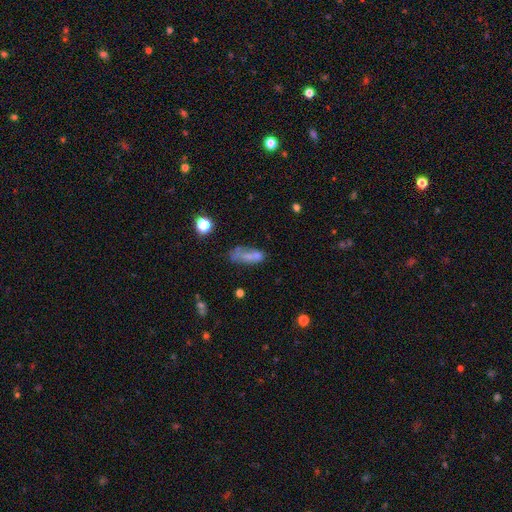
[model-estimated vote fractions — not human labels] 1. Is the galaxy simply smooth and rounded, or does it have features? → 58% smooth, 27% featured or disk, 15% star or artifact.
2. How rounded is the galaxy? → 54% in between, 41% cigar-shaped, 4% round.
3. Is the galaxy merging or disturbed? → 36% none, 23% minor disturbance, 22% major disturbance, 18% merger.